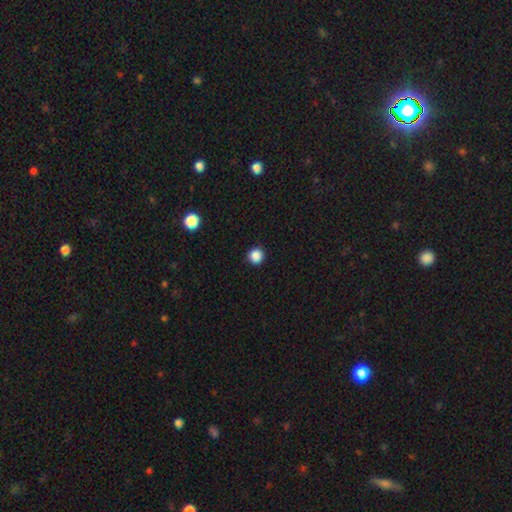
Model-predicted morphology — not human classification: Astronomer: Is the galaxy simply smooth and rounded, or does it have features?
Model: smooth — 87%.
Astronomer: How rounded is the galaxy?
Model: round — 95%.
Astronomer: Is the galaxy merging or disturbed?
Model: none — 93%.